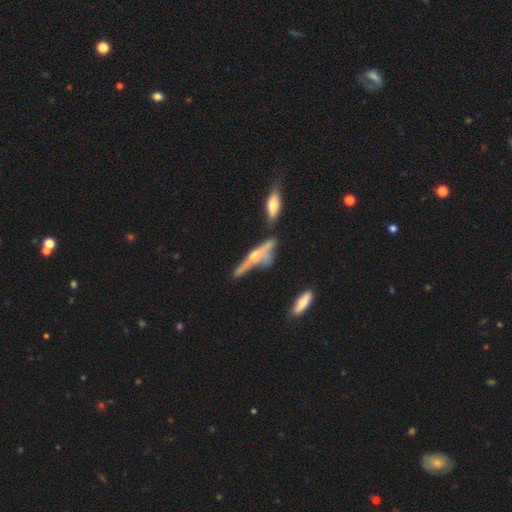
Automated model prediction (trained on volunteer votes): smooth_or_featured: featured or disk (p=0.63) [alt: smooth p=0.27]
disk_edge_on: yes (p=0.82) [alt: no p=0.18]
edge_on_bulge: rounded (p=0.86) [alt: boxy p=0.08]
merging: none (p=0.40) [alt: minor disturbance p=0.22]